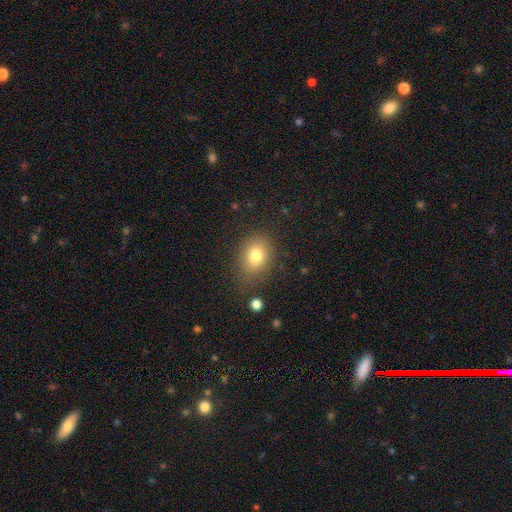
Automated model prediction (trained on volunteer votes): A smooth galaxy with no disk features (79%) that is in between round and cigar-shaped (57%).

Vote fractions:
- Smooth or featured? smooth: 79% / star or artifact: 11% / featured or disk: 10%
- How rounded? in between: 57% / round: 42% / cigar-shaped: 1%
- Merging? none: 73% / minor disturbance: 18% / major disturbance: 7% / merger: 3%